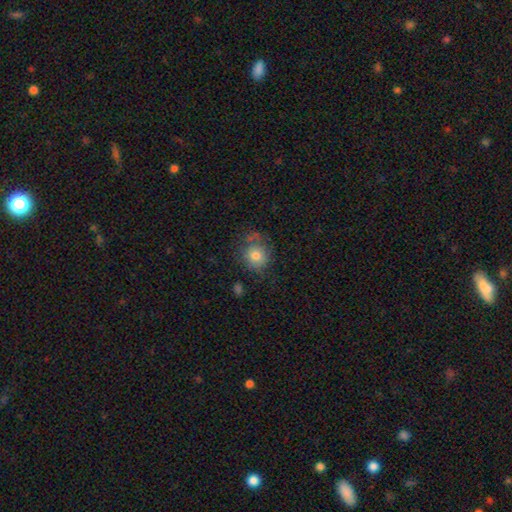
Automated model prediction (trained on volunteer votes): Smooth or featured: smooth — 76% (featured or disk — 14%)
How rounded: round — 79% (in between — 20%)
Merging: none — 63% (minor disturbance — 23%)